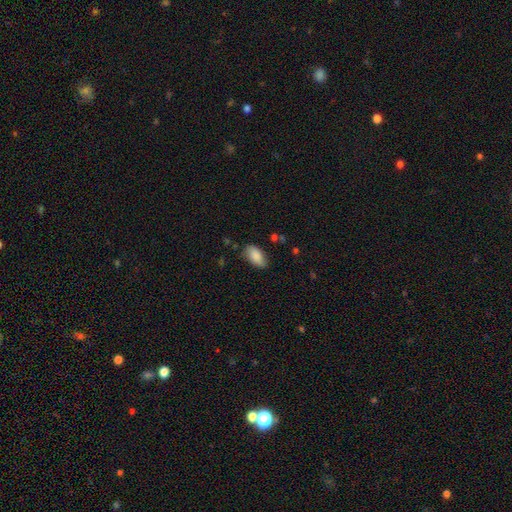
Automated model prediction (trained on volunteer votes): smooth 86%, featured or disk 7%, star or artifact 7%. Down the decision tree: how rounded — in between (93%); merging — none (77%).